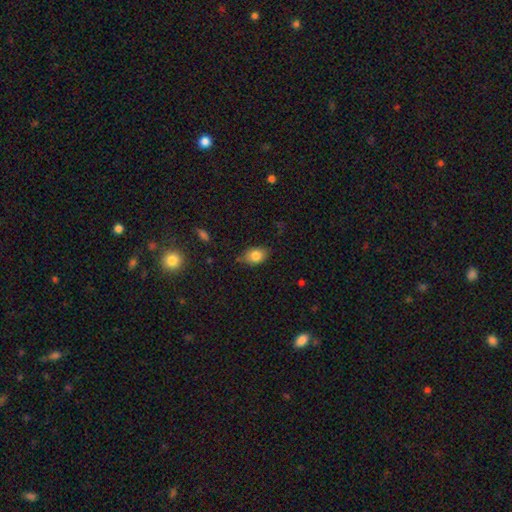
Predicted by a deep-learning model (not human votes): Morphology: type=smooth (81%); roundness=in between (79%); merging=none (75%).